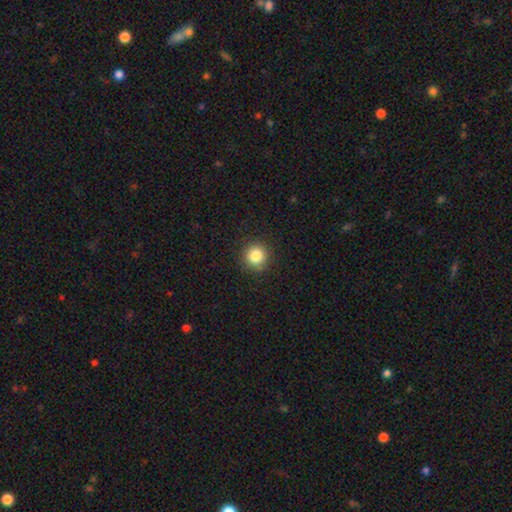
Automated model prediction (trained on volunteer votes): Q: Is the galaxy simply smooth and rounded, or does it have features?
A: smooth — 84%.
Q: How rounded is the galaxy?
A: round — 94%.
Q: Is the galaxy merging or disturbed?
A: none — 90%.